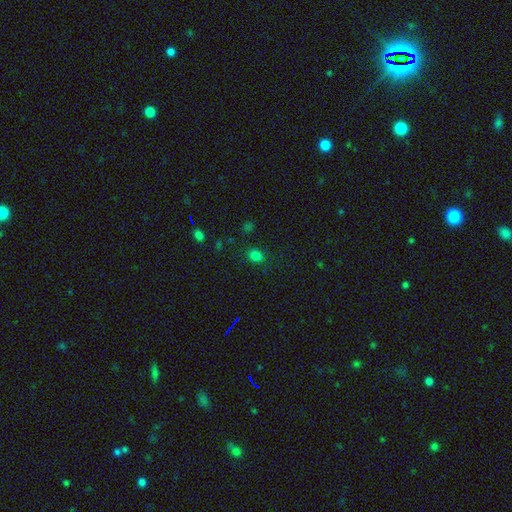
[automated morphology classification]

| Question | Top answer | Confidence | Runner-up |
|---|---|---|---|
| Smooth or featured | smooth | 79% | star or artifact (17%) |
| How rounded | round | 51% | in between (47%) |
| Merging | none | 84% | minor disturbance (10%) |